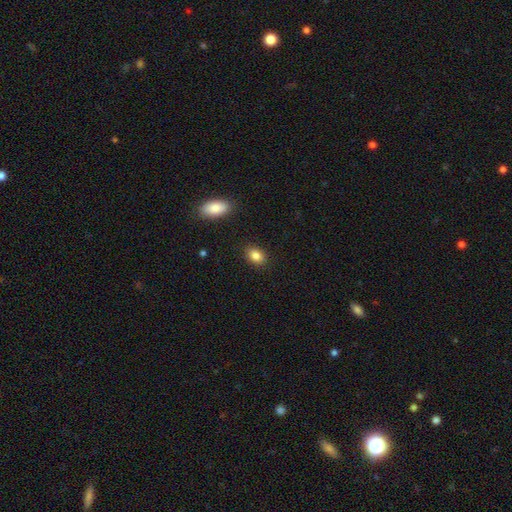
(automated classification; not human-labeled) smooth-or-featured: smooth: 85% | star or artifact: 9% | featured or disk: 6%
  how-rounded: in between: 67% | round: 31% | cigar-shaped: 1%
  merging: none: 88% | minor disturbance: 8% | major disturbance: 2% | merger: 1%